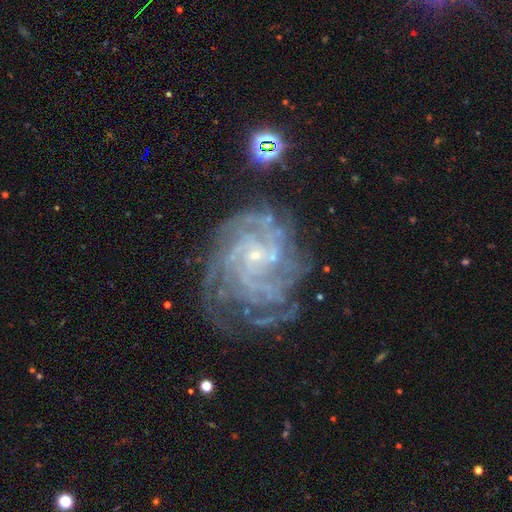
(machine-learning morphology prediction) Smooth or featured? Predicted: featured or disk (p=0.88). Edge-on disk? Predicted: no (p=0.98). Bar? Predicted: no (p=0.68). Spiral arms? Predicted: yes (p=0.97). Spiral winding? Predicted: tight (p=0.70). Spiral arm count? Predicted: 4 (p=0.26). Bulge size? Predicted: small (p=0.86). Merging? Predicted: none (p=0.62).